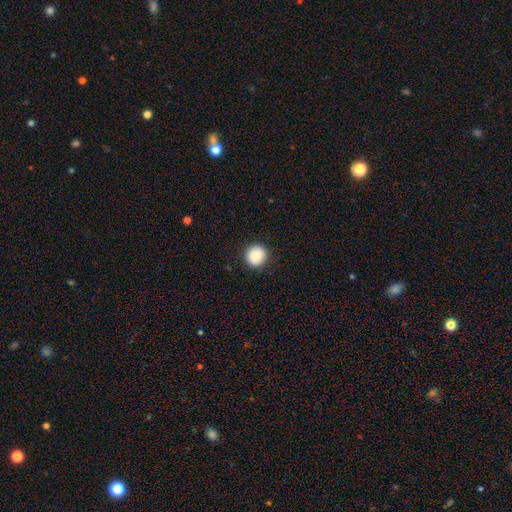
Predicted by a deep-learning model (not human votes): smooth-or-featured: smooth: 89% | star or artifact: 8% | featured or disk: 3%
  how-rounded: round: 92% | in between: 7% | cigar-shaped: 1%
  merging: none: 91% | minor disturbance: 6% | major disturbance: 2% | merger: 1%